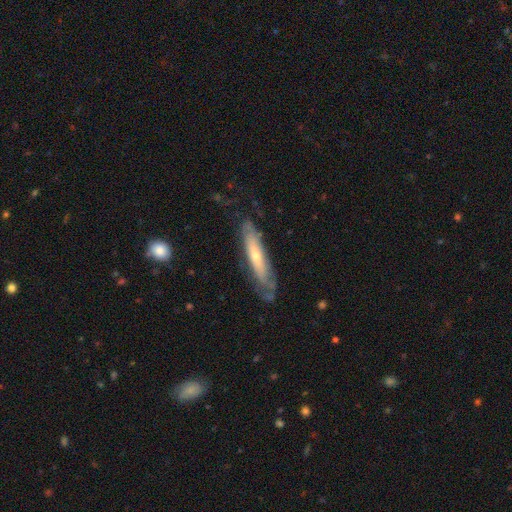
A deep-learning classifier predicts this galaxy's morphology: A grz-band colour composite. It shows a featured or disk galaxy (61%) viewed edge-on (52%). Merging: none (65%).